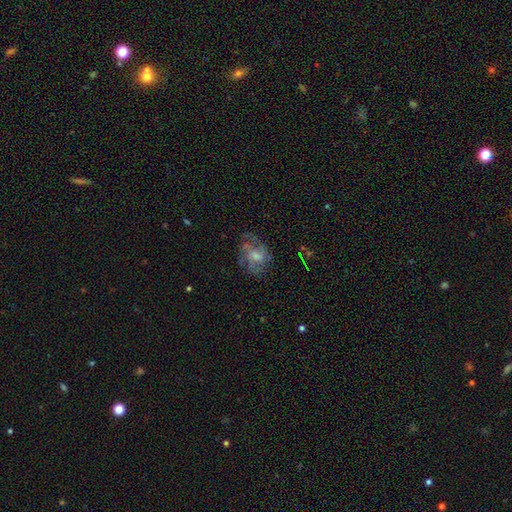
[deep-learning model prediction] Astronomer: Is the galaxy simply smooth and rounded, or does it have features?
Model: featured or disk — 69%.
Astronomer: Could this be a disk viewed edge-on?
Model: no — 97%.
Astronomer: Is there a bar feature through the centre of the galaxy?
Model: no — 51% (runner-up: weak, 42%).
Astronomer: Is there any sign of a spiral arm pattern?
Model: yes — 87%.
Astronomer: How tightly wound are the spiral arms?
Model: medium — 46% (runner-up: tight, 36%).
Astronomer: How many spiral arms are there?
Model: can't tell — 34% (runner-up: 3, 24%).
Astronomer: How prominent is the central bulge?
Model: moderate — 44% (runner-up: small, 34%).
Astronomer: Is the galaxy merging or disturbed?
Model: none — 68%.